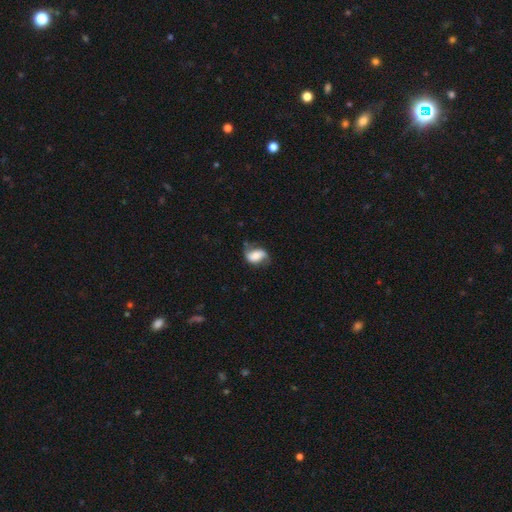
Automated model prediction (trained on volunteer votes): smooth 51%, featured or disk 41%, star or artifact 8%. Down the decision tree: how rounded — in between (81%); merging — none (57%).